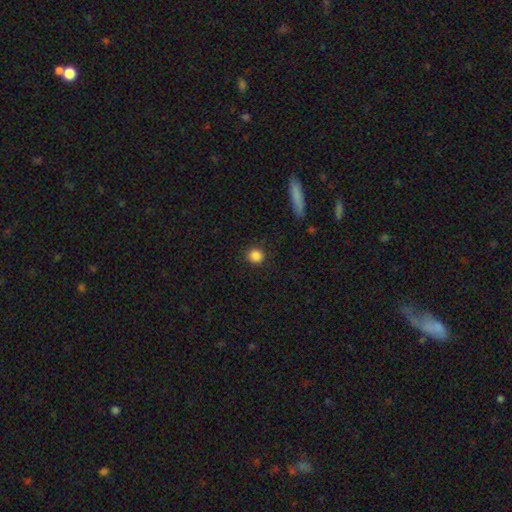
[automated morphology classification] Smooth or featured? smooth (86%)
How rounded? round (92%)
Merging? none (90%)